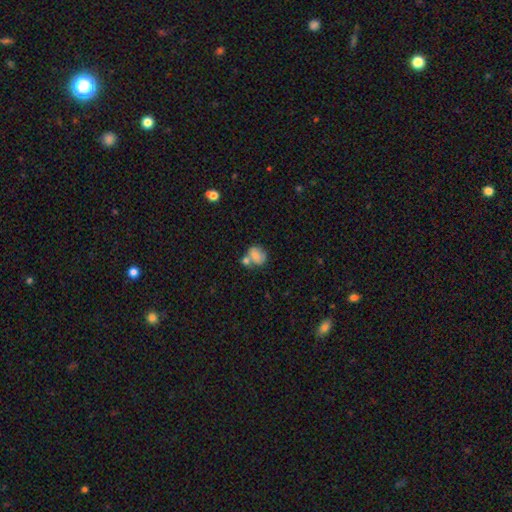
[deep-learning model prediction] Smooth or featured? smooth (72%)
How rounded? round (55%)
Merging? merger (39%)